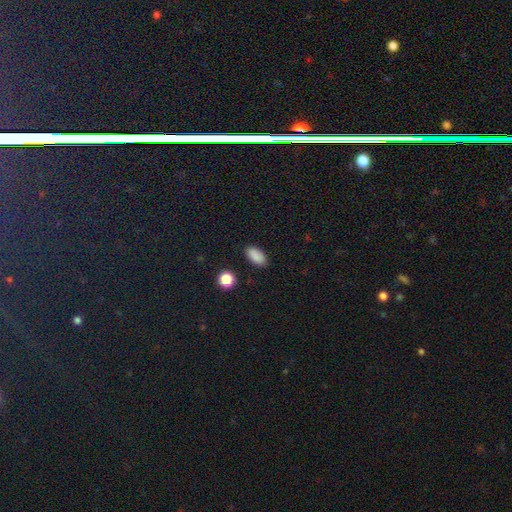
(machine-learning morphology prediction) The model was most divided on "smooth or featured": smooth: 88%, star or artifact: 9%, featured or disk: 4%. More confident: how rounded — in between (92%); merging — none (89%).